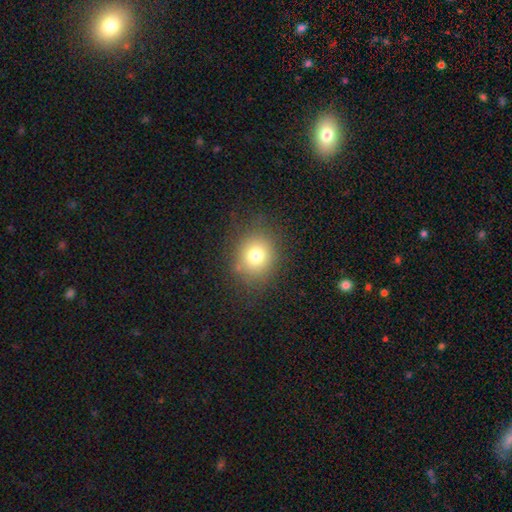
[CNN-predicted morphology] Smooth or featured? Predicted: smooth (p=0.76). How rounded? Predicted: round (p=0.75). Merging? Predicted: none (p=0.82).